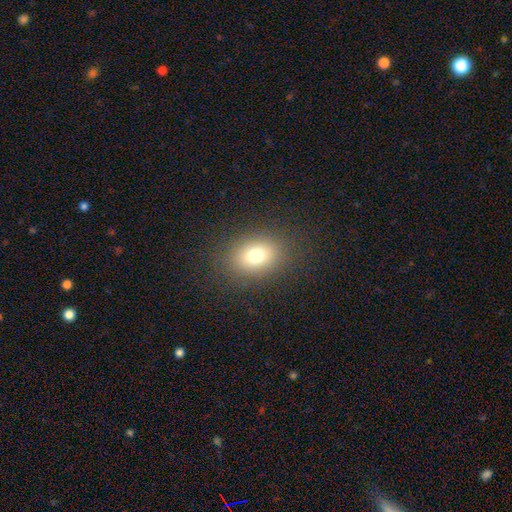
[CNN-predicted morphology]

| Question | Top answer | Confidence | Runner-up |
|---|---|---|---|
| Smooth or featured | smooth | 75% | star or artifact (14%) |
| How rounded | in between | 57% | round (42%) |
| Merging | none | 85% | minor disturbance (9%) |